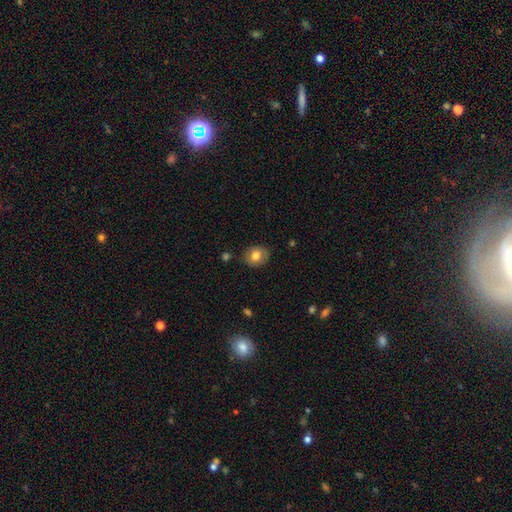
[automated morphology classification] Smooth or featured? Predicted: smooth (p=0.76). How rounded? Predicted: round (p=0.57). Merging? Predicted: none (p=0.83).